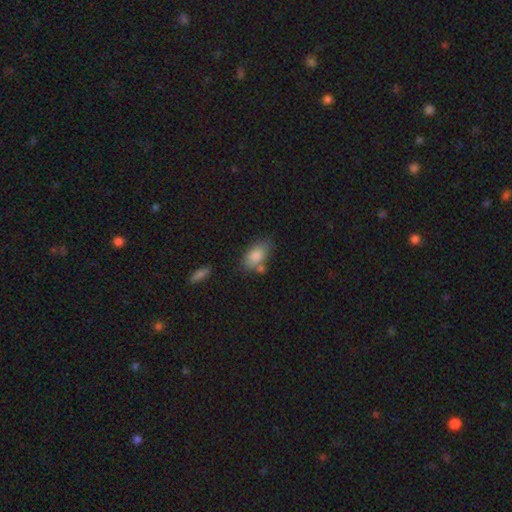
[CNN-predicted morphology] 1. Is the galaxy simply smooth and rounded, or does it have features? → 84% smooth, 8% featured or disk, 7% star or artifact.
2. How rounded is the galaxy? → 90% in between, 6% round, 4% cigar-shaped.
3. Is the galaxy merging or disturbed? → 60% none, 20% minor disturbance, 14% merger, 6% major disturbance.